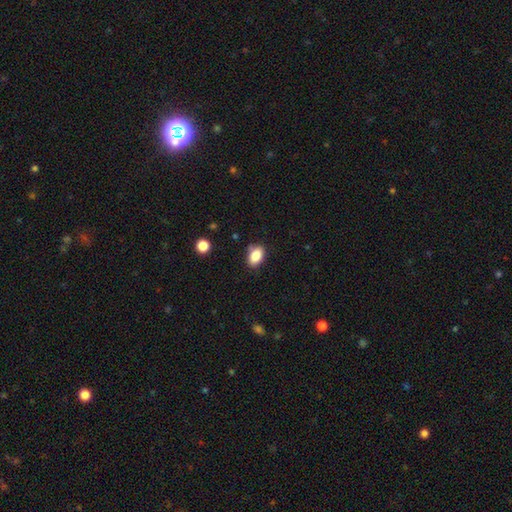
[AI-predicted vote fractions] Smooth or featured? Predicted: smooth (p=0.85). How rounded? Predicted: in between (p=0.85). Merging? Predicted: none (p=0.78).